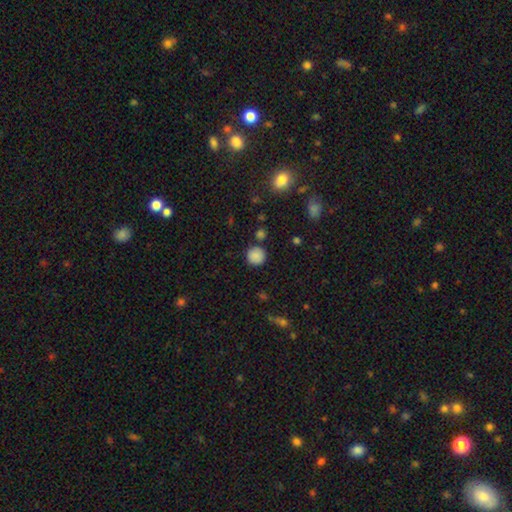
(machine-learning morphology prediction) The model was most divided on "smooth or featured": smooth: 85%, star or artifact: 11%, featured or disk: 4%. More confident: how rounded — round (93%); merging — none (84%).